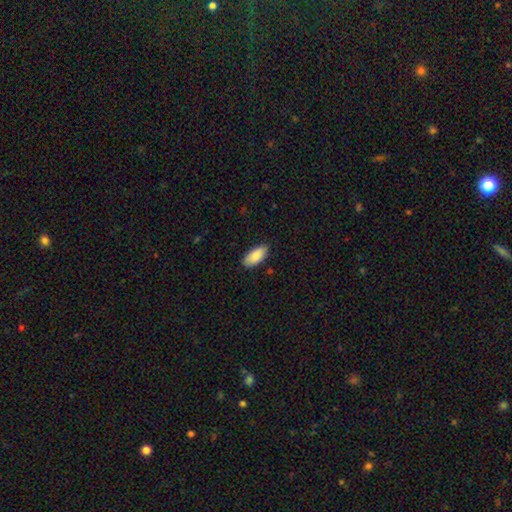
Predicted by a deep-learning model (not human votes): Smooth or featured? smooth (88%)
How rounded? in between (91%)
Merging? none (84%)